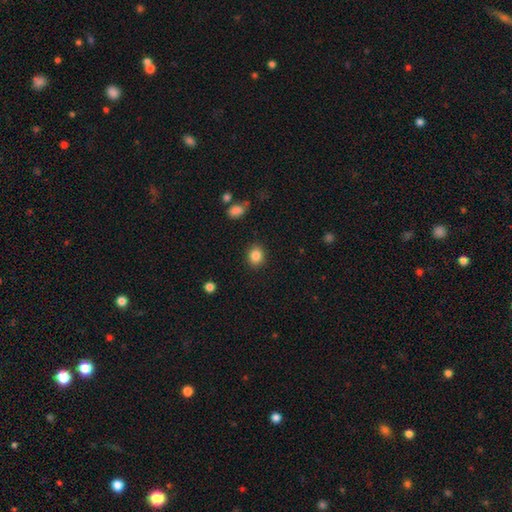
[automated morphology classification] Smooth or featured? smooth (85%)
How rounded? round (67%)
Merging? none (89%)